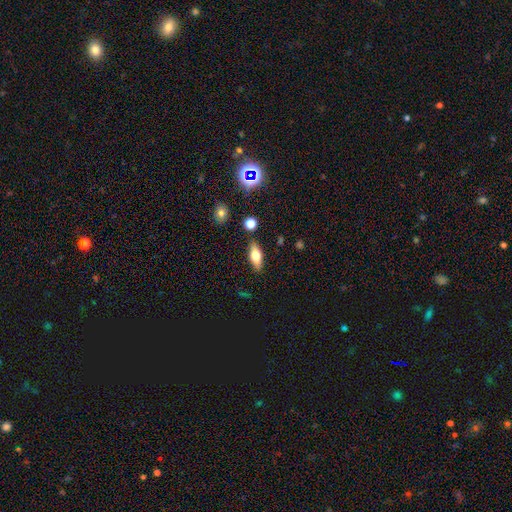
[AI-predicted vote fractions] Overall: smooth (62%; featured or disk 29%). How rounded: in between (72%). Merging: none (85%).